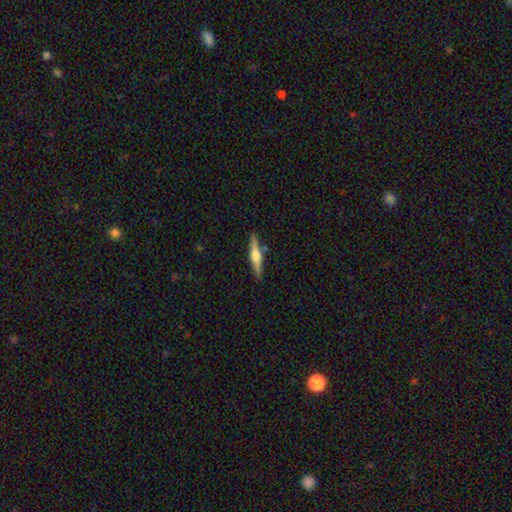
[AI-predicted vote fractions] Smooth or featured? featured or disk (68%)
Edge-on disk? yes (98%)
Edge-on bulge? rounded (91%)
Merging? none (87%)